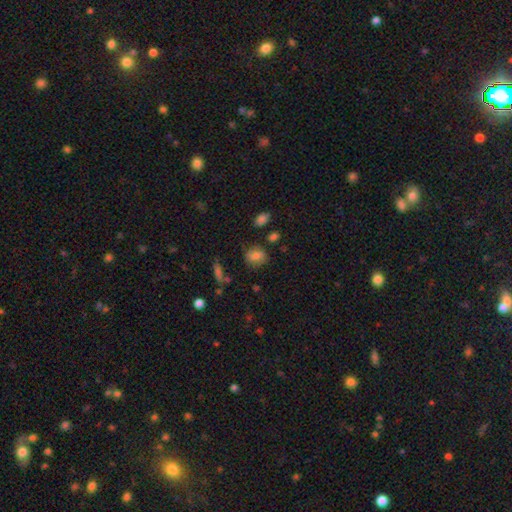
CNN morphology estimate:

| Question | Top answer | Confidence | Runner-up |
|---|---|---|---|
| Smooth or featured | smooth | 79% | featured or disk (11%) |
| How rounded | in between | 51% | round (47%) |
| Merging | none | 71% | minor disturbance (19%) |